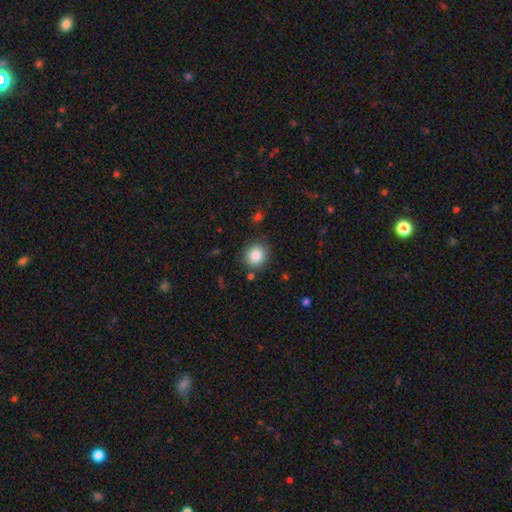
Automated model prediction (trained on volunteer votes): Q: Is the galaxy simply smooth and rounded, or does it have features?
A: smooth — 85%.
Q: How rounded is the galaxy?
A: round — 89%.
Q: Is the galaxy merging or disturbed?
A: none — 86%.